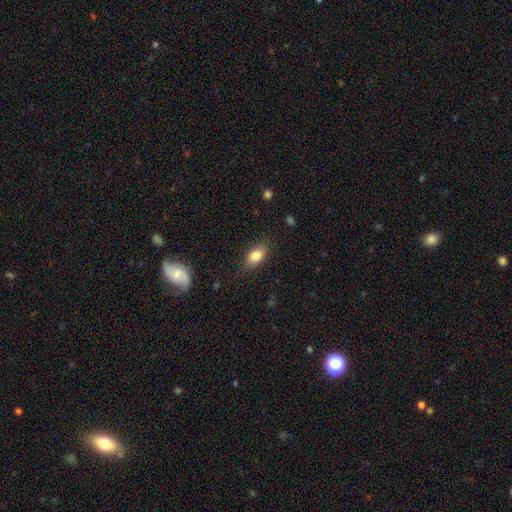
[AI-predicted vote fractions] Smooth or featured: smooth — 83% (featured or disk — 9%)
How rounded: in between — 89% (round — 8%)
Merging: none — 84% (minor disturbance — 12%)